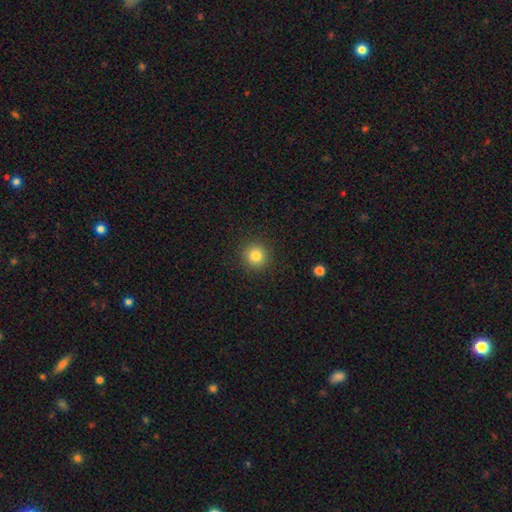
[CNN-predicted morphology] type=smooth (82%); roundness=round (94%); merging=none (91%).